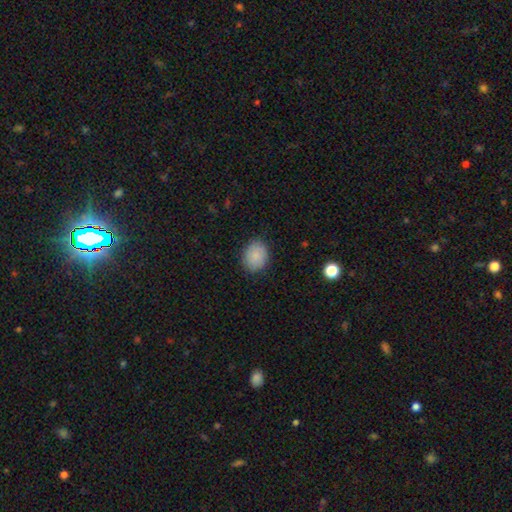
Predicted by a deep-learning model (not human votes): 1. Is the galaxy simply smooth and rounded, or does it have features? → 86% smooth, 8% star or artifact, 7% featured or disk.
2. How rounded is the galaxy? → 52% in between, 47% round, 1% cigar-shaped.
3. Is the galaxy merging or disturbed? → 85% none, 12% minor disturbance, 3% major disturbance, 1% merger.